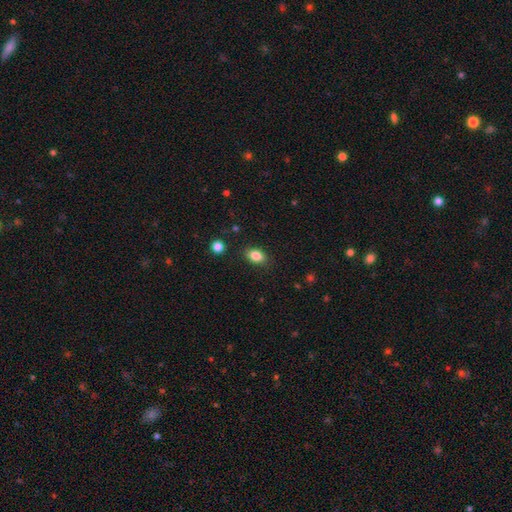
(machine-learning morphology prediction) Smooth or featured? Predicted: smooth (p=0.85). How rounded? Predicted: in between (p=0.84). Merging? Predicted: none (p=0.86).